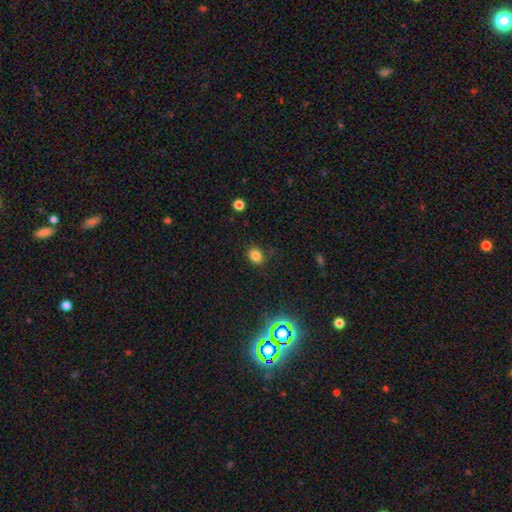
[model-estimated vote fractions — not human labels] smooth-or-featured: smooth: 79% | star or artifact: 16% | featured or disk: 6%
  how-rounded: round: 50% | in between: 49% | cigar-shaped: 1%
  merging: none: 81% | minor disturbance: 13% | major disturbance: 4% | merger: 2%